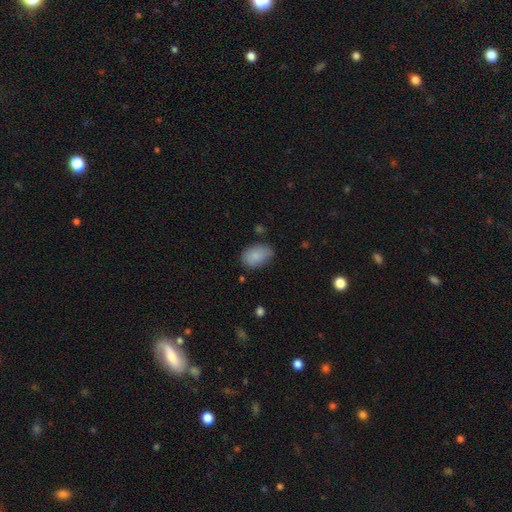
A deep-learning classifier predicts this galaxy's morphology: Smooth or featured: smooth — 86% (star or artifact — 7%)
How rounded: in between — 85% (round — 14%)
Merging: none — 67% (minor disturbance — 26%)